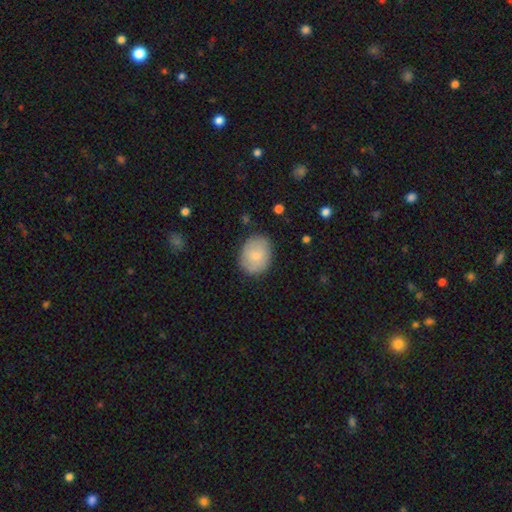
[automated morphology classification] Smooth or featured? Predicted: smooth (p=0.72). How rounded? Predicted: in between (p=0.51). Merging? Predicted: none (p=0.80).